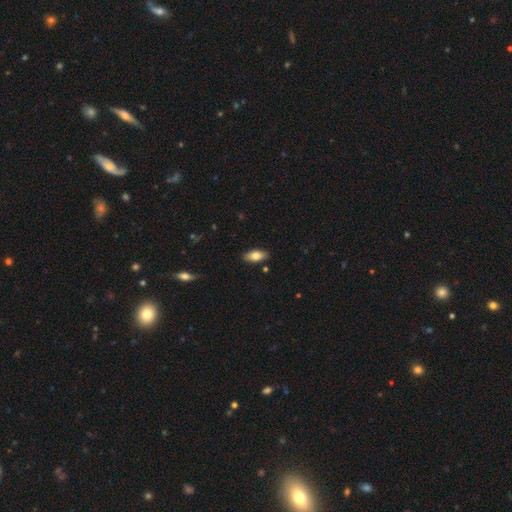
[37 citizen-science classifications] A smooth galaxy with no disk features (73%) that is in between round and cigar-shaped (81%). Merging: none (91%).